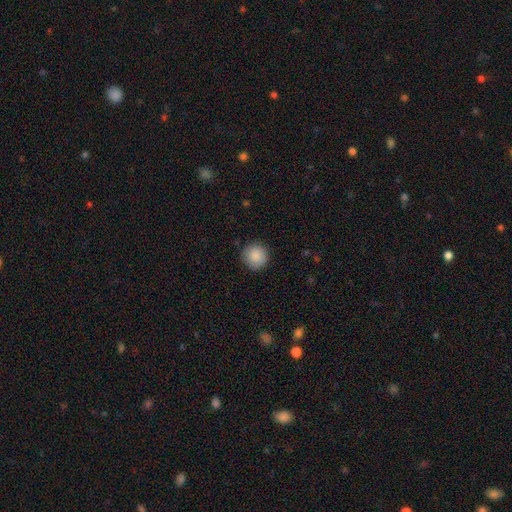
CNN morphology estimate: smooth 88%, star or artifact 8%, featured or disk 4%. Down the decision tree: how rounded — round (95%); merging — none (89%).